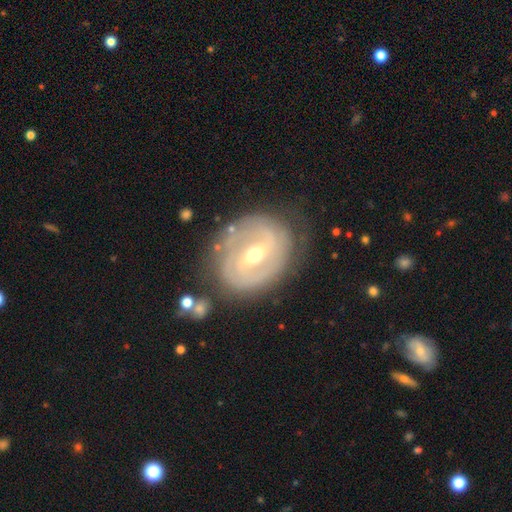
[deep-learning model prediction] Overall: featured or disk (84%). Edge-on disk: no (96%). Bar: weak (47%; strong 37%). Spiral arms: yes (84%). Spiral arm count: 2 (61%; can't tell 23%). Spiral winding: tight (61%; medium 29%). Bulge size: moderate (63%; small 33%). Merging: none (75%).